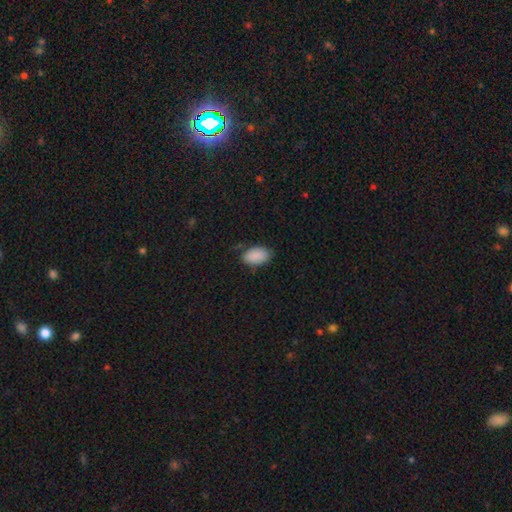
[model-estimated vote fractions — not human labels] Smooth or featured? smooth (90%)
How rounded? in between (94%)
Merging? none (78%)